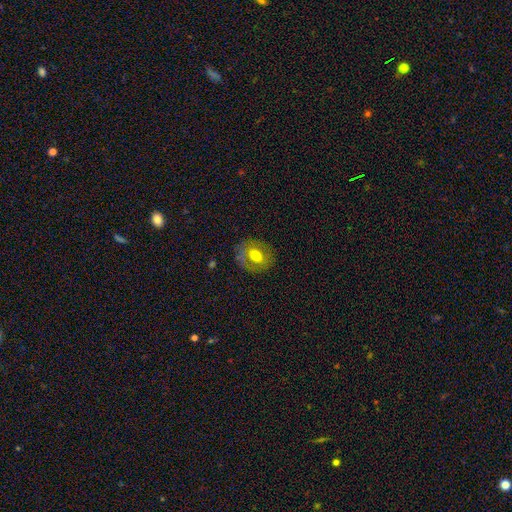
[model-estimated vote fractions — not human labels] Q: Smooth or featured?
A: smooth (51%); runner-up: featured or disk (41%)
Q: How rounded?
A: round (54%); runner-up: in between (44%)
Q: Merging?
A: none (79%); runner-up: minor disturbance (13%)